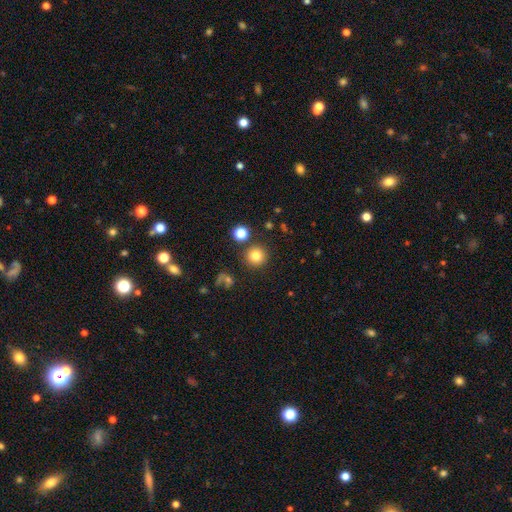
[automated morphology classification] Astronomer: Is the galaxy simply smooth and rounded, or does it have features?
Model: smooth — 79%.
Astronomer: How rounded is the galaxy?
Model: round — 95%.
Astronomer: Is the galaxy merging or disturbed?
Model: none — 86%.